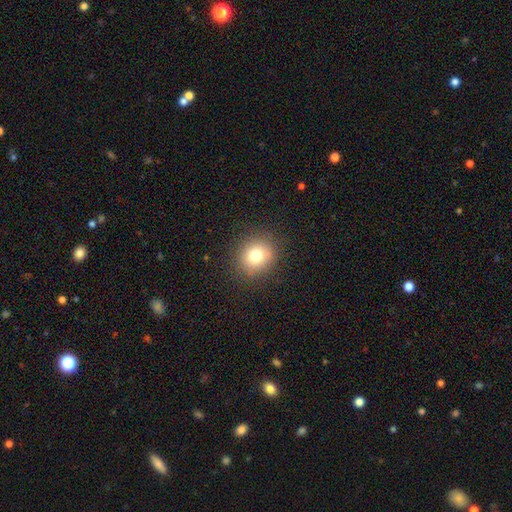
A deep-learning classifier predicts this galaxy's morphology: A smooth galaxy with no disk features (77%) that is round (83%).

Vote fractions:
- Smooth or featured? smooth: 77% / star or artifact: 12% / featured or disk: 11%
- How rounded? round: 83% / in between: 16% / cigar-shaped: 1%
- Merging? none: 86% / minor disturbance: 9% / major disturbance: 3% / merger: 1%